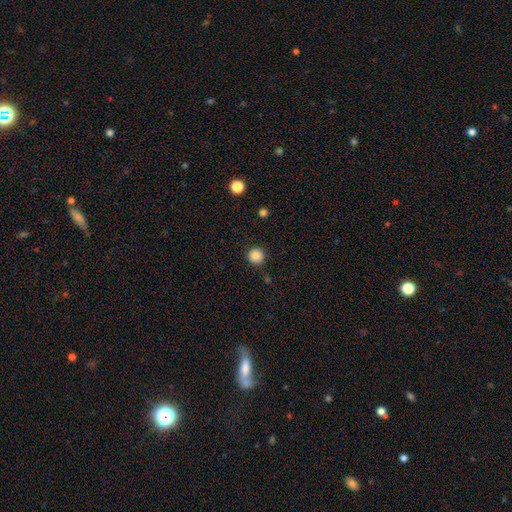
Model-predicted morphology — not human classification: Smooth or featured? Predicted: smooth (p=0.85). How rounded? Predicted: round (p=0.95). Merging? Predicted: none (p=0.90).